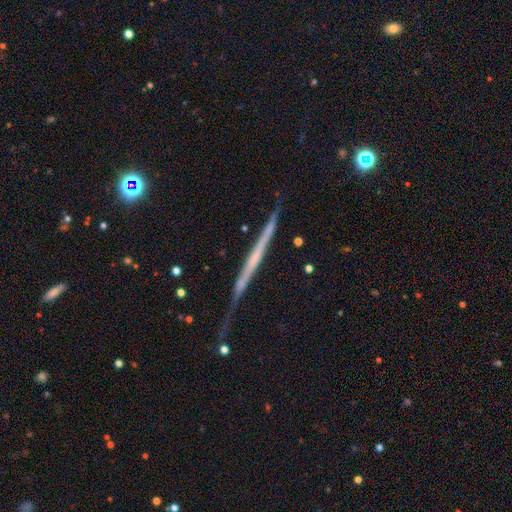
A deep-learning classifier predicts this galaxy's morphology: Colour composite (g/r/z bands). It shows a featured or disk galaxy (70%) viewed edge-on (95%) with no central bulge (82%). Merging: none (68%).